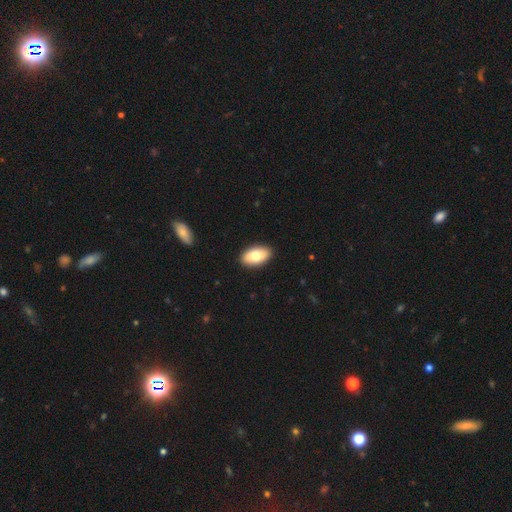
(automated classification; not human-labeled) The model was most divided on "smooth or featured": smooth: 76%, featured or disk: 18%, star or artifact: 6%. More confident: how rounded — in between (94%); merging — none (90%).